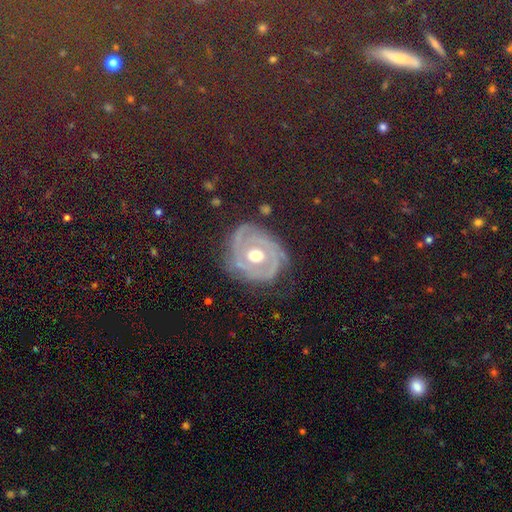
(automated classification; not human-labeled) Smooth or featured: featured or disk — 74% (smooth — 14%)
Edge-on disk: no — 95% (yes — 5%)
Bar: no — 78% (weak — 15%)
Spiral arms: yes — 76% (no — 24%)
Spiral winding: tight — 69% (medium — 22%)
Spiral arm count: 2 — 39% (can't tell — 28%)
Bulge size: moderate — 82% (large — 8%)
Merging: none — 72% (minor disturbance — 18%)